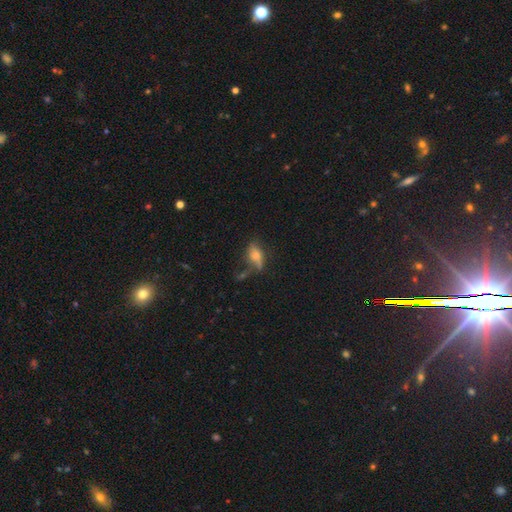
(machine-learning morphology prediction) Smooth or featured: smooth — 60% (featured or disk — 28%)
How rounded: in between — 79% (cigar-shaped — 14%)
Merging: none — 39% (minor disturbance — 26%)